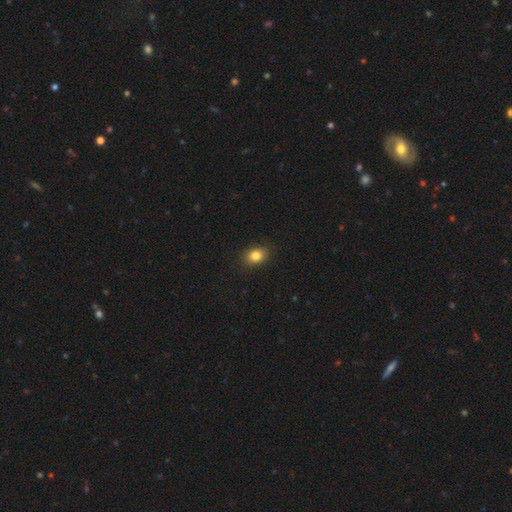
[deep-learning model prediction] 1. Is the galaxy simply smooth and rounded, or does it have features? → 83% smooth, 10% star or artifact, 6% featured or disk.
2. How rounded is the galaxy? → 62% in between, 37% round, 1% cigar-shaped.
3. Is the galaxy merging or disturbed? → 87% none, 10% minor disturbance, 2% major disturbance, 1% merger.